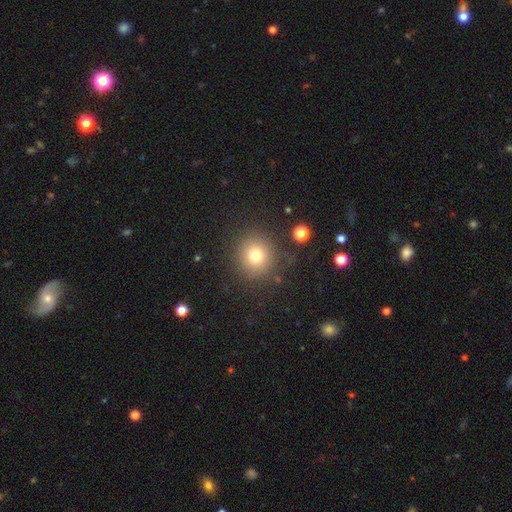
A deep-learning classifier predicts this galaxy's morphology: A smooth galaxy with no disk features (76%) that is round (91%).

Vote fractions:
- Smooth or featured? smooth: 76% / star or artifact: 14% / featured or disk: 10%
- How rounded? round: 91% / in between: 8% / cigar-shaped: 1%
- Merging? none: 85% / minor disturbance: 8% / major disturbance: 4% / merger: 2%